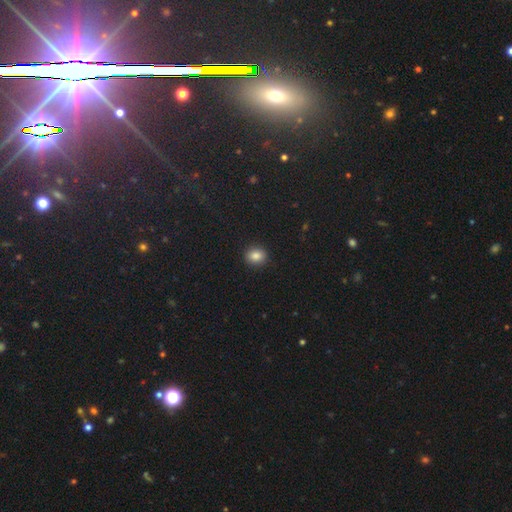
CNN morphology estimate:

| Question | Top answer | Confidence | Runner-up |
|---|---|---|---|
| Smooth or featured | smooth | 85% | star or artifact (10%) |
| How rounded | round | 69% | in between (30%) |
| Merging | none | 91% | minor disturbance (6%) |